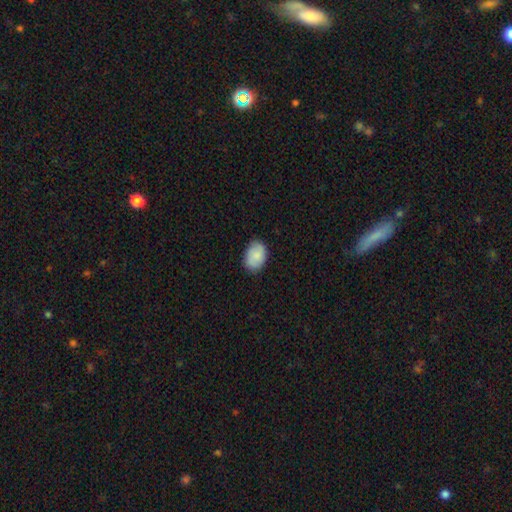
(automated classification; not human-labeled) smooth_or_featured: smooth (p=0.84) [alt: featured or disk p=0.09]
how_rounded: in between (p=0.81) [alt: round p=0.18]
merging: none (p=0.80) [alt: minor disturbance p=0.16]